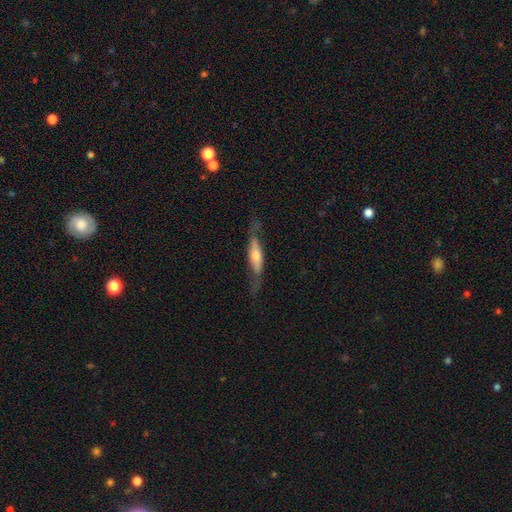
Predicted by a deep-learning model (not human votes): smooth-or-featured: featured or disk: 62% | smooth: 32% | star or artifact: 6%
  disk-edge-on: yes: 59% | no: 41%
  merging: none: 66% | minor disturbance: 20% | major disturbance: 12% | merger: 2%